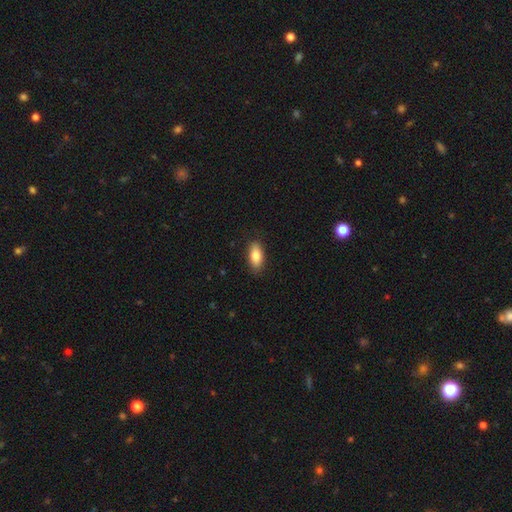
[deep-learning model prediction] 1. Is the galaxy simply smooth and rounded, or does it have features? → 84% smooth, 9% featured or disk, 7% star or artifact.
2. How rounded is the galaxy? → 88% in between, 9% cigar-shaped, 3% round.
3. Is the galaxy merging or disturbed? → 87% none, 10% minor disturbance, 2% major disturbance, 1% merger.